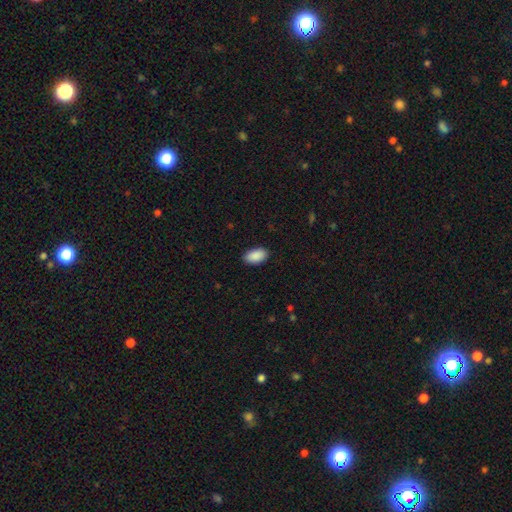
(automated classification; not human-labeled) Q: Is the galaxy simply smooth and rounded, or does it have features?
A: smooth — 91%.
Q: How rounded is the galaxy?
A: in between — 95%.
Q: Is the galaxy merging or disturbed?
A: none — 88%.